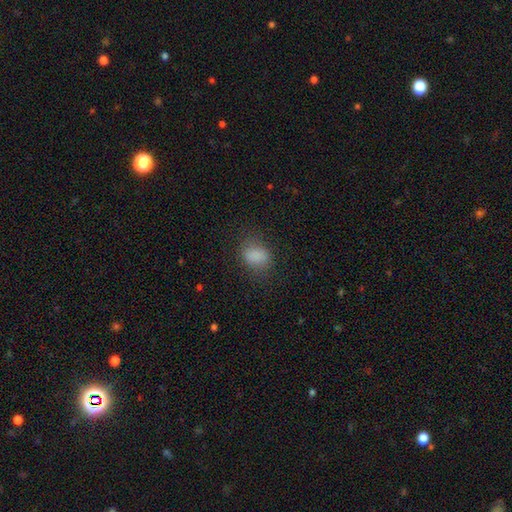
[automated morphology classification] Smooth or featured: smooth — 83% (star or artifact — 10%)
How rounded: in between — 65% (round — 34%)
Merging: none — 73% (minor disturbance — 18%)